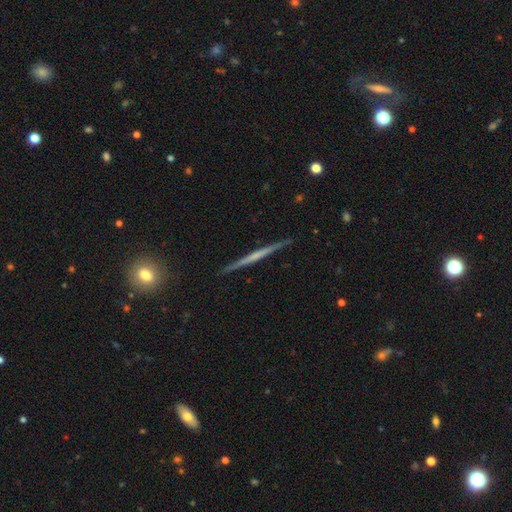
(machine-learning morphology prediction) A featured or disk galaxy (65%) viewed edge-on (98%) with no central bulge (79%). Merging: none (92%).